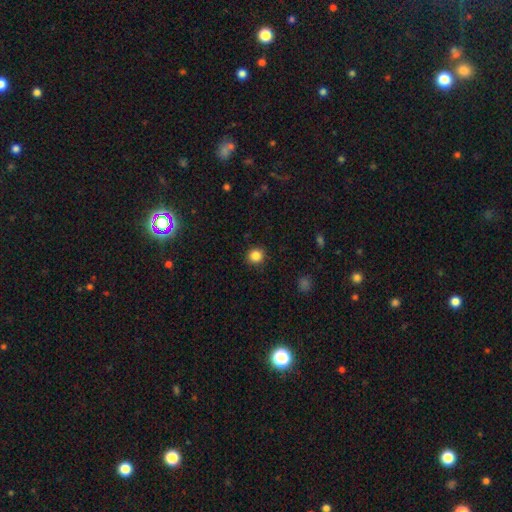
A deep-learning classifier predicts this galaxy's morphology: smooth 85%, star or artifact 11%, featured or disk 3%. Down the decision tree: how rounded — round (92%); merging — none (91%).